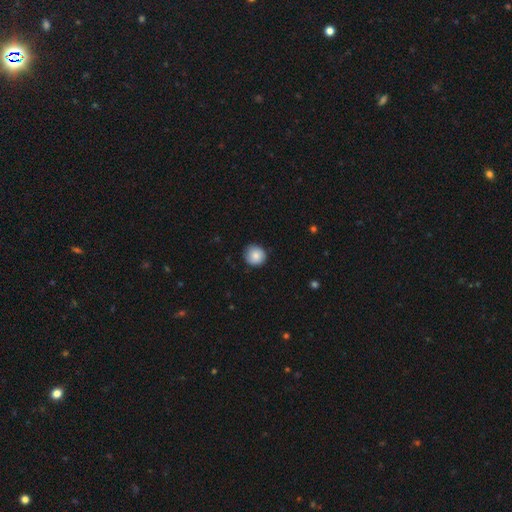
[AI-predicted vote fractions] Smooth or featured?
  - smooth: 84% *
  - featured or disk: 8%
  - star or artifact: 8%
How rounded?
  - round: 93% *
  - in between: 6%
  - cigar-shaped: 1%
Merging?
  - none: 85% *
  - minor disturbance: 12%
  - major disturbance: 2%
  - merger: 1%